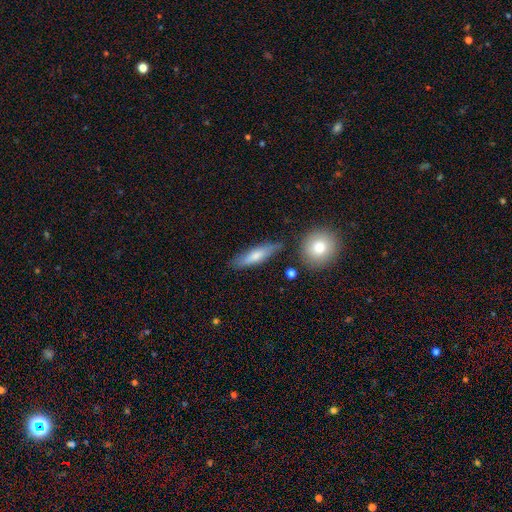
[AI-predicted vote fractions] smooth-or-featured: smooth: 67% | featured or disk: 27% | star or artifact: 6%
  how-rounded: cigar-shaped: 68% | in between: 30% | round: 3%
  merging: none: 78% | minor disturbance: 14% | merger: 4% | major disturbance: 3%